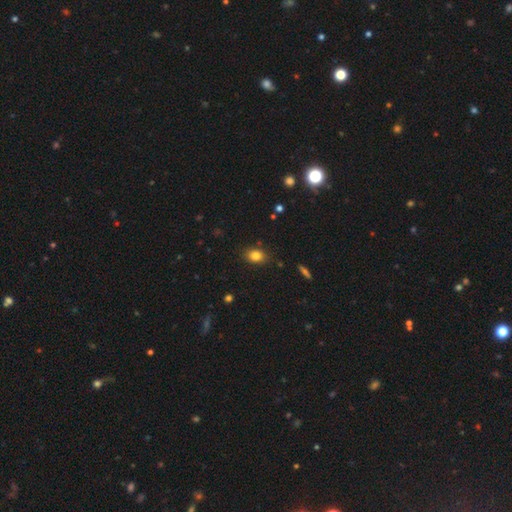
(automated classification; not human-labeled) smooth_or_featured: smooth (p=0.82) [alt: star or artifact p=0.11]
how_rounded: in between (p=0.67) [alt: round p=0.32]
merging: none (p=0.84) [alt: minor disturbance p=0.12]